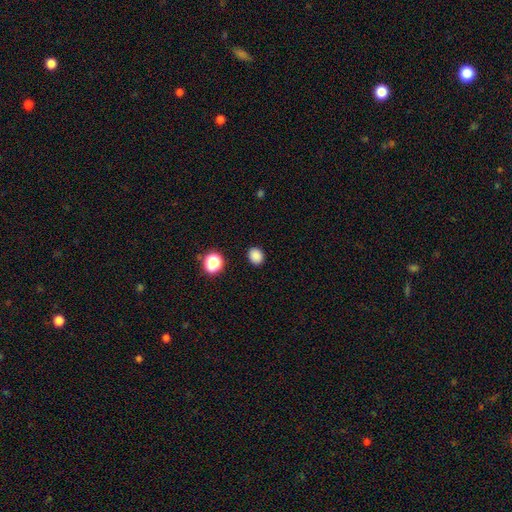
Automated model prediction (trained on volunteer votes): Smooth or featured?
  - smooth: 85% *
  - star or artifact: 12%
  - featured or disk: 3%
How rounded?
  - round: 66% *
  - in between: 33%
  - cigar-shaped: 1%
Merging?
  - none: 89% *
  - minor disturbance: 7%
  - major disturbance: 2%
  - merger: 2%